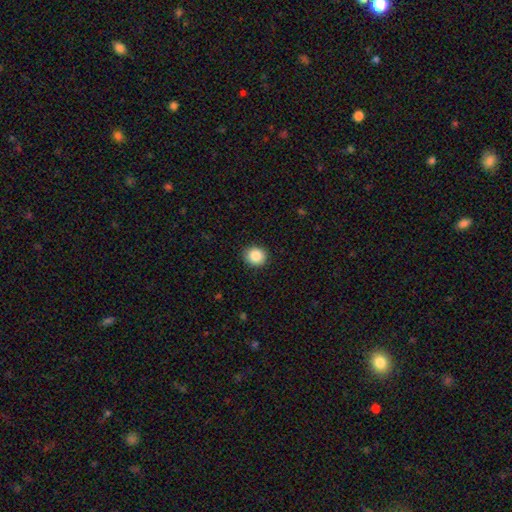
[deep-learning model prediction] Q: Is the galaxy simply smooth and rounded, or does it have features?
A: smooth — 87%.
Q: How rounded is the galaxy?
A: round — 87%.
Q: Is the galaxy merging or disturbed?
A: none — 90%.